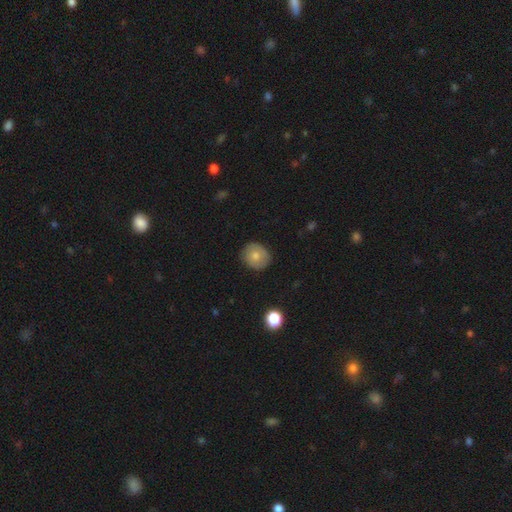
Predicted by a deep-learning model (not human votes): Morphology: type=smooth (69%); roundness=round (78%); merging=none (83%).